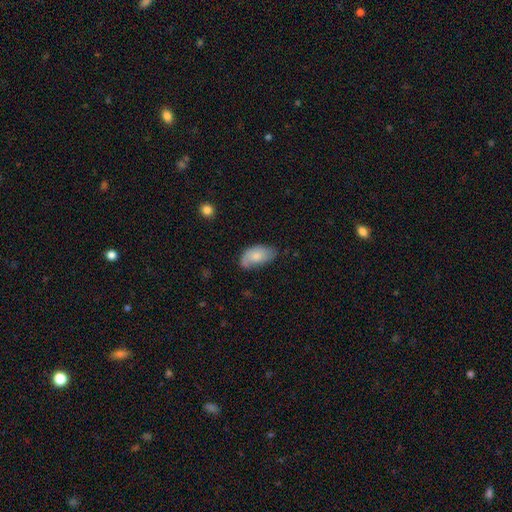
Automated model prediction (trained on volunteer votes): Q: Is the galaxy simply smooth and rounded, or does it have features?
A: smooth — 73%.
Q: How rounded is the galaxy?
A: in between — 95%.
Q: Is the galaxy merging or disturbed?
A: none — 61%.